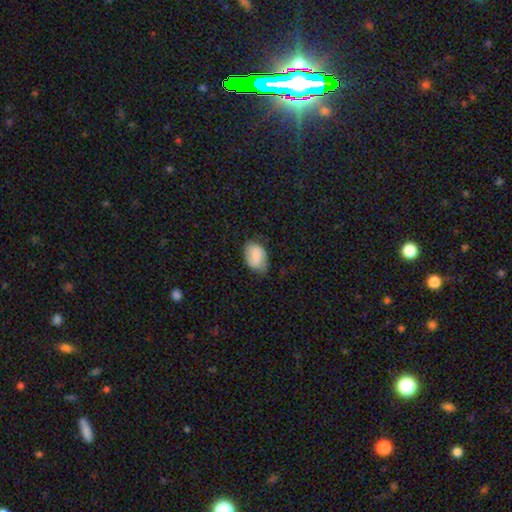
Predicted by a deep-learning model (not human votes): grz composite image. It shows a smooth galaxy with no disk features (77%) that is in between round and cigar-shaped (84%). Merging: none (61%).